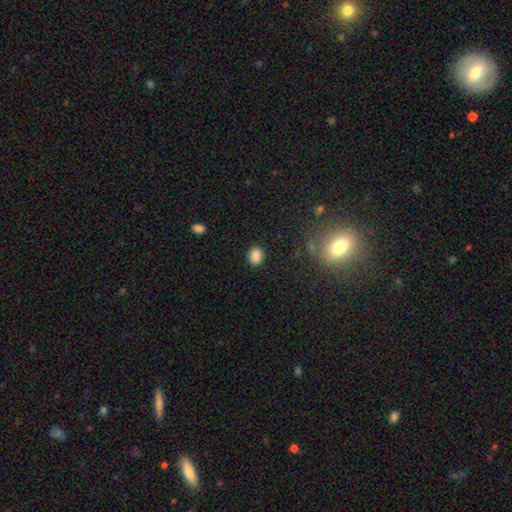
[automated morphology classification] Q: Smooth or featured?
A: smooth (86%); runner-up: star or artifact (10%)
Q: How rounded?
A: round (60%); runner-up: in between (39%)
Q: Merging?
A: none (89%); runner-up: minor disturbance (8%)